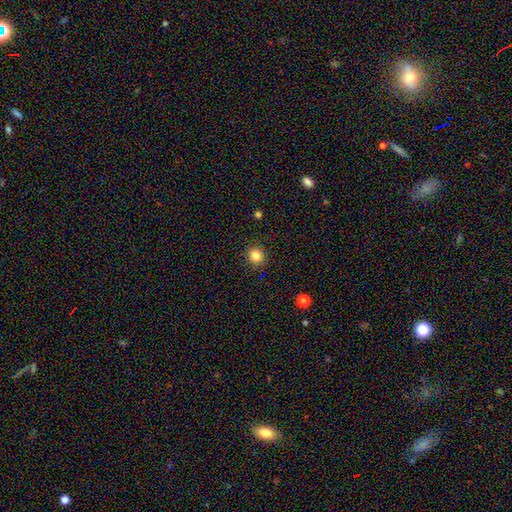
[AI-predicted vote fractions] Morphology: type=smooth (83%); roundness=round (90%); merging=none (91%).